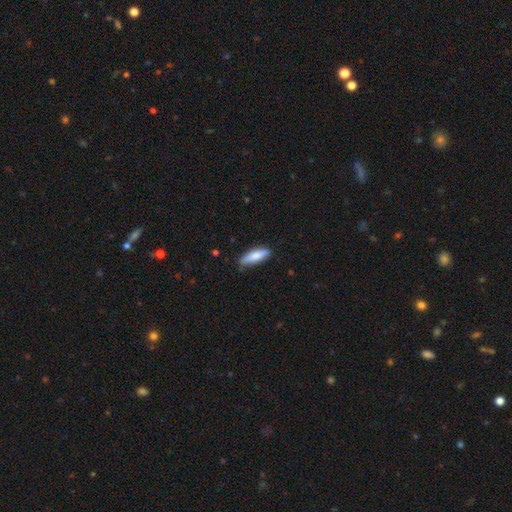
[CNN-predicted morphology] smooth 78%, featured or disk 16%, star or artifact 5%. Down the decision tree: how rounded — cigar-shaped (57%); merging — none (80%).